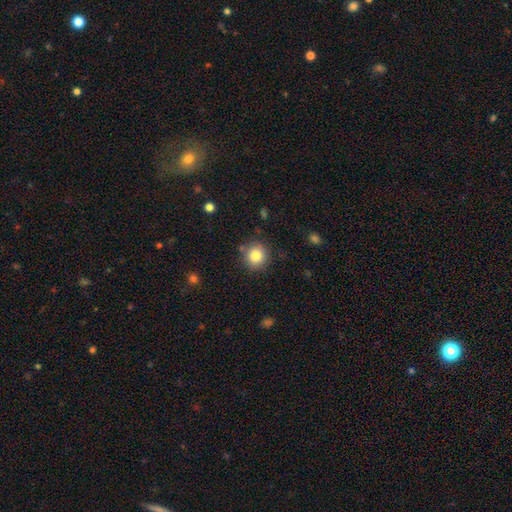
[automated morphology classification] A smooth galaxy with no disk features (83%) that is round (90%). Merging: none (85%).